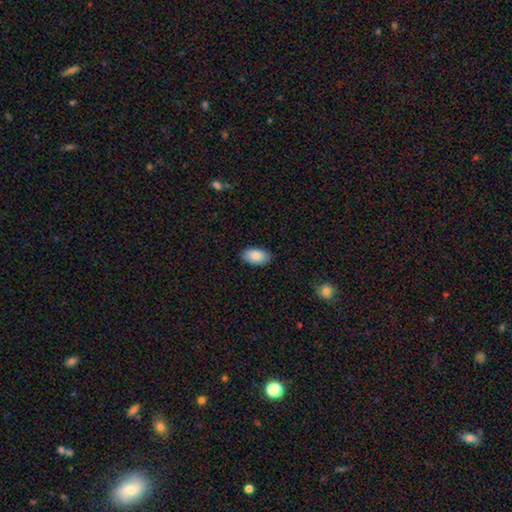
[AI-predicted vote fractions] Overall: smooth (88%). How rounded: in between (95%). Merging: none (87%).